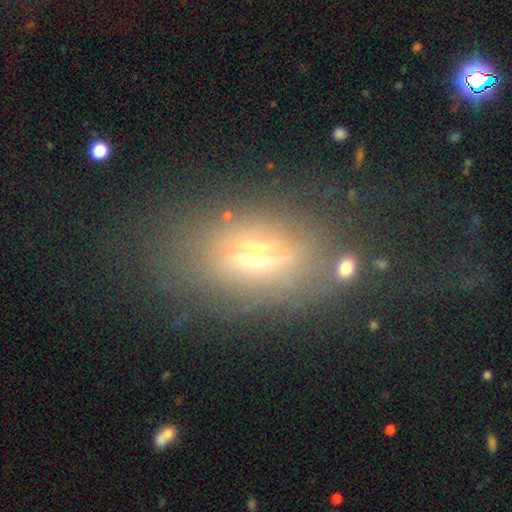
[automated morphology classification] Overall: featured or disk (49%; smooth 35%). Merging: none (66%).